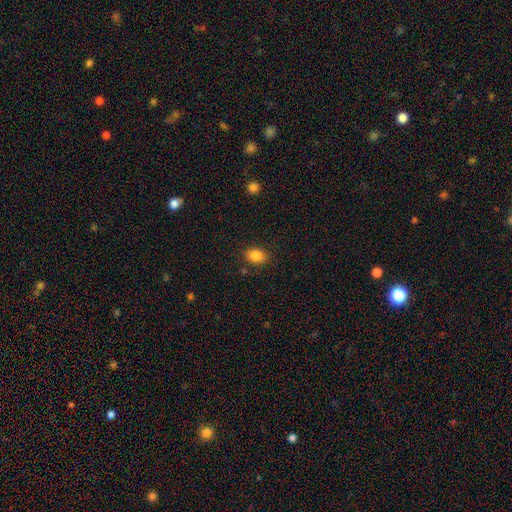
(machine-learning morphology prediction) A smooth galaxy with no disk features (85%) that is in between round and cigar-shaped (74%).

Vote fractions:
- Smooth or featured? smooth: 85% / star or artifact: 9% / featured or disk: 5%
- How rounded? in between: 74% / round: 25% / cigar-shaped: 1%
- Merging? none: 85% / minor disturbance: 10% / major disturbance: 3% / merger: 2%